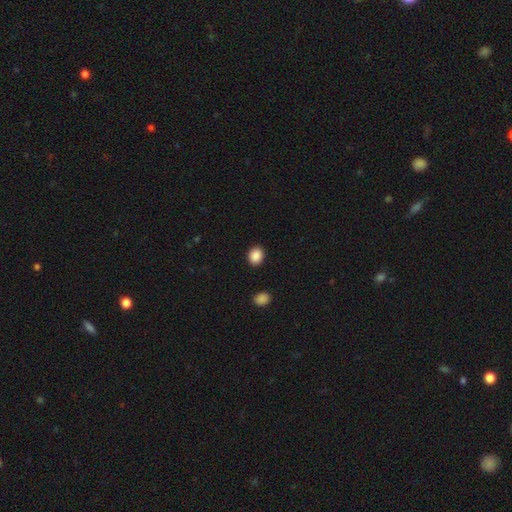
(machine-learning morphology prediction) The model was most divided on "how rounded": round: 60%, in between: 39%, cigar-shaped: 1%. More confident: merging — none (90%); smooth or featured — smooth (88%).